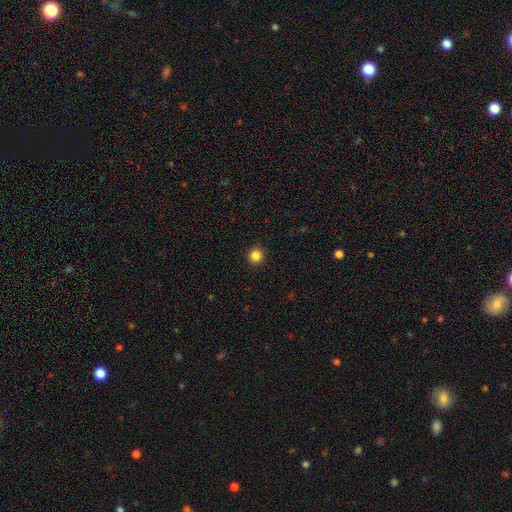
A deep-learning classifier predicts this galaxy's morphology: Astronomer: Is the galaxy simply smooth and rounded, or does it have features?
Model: smooth — 85%.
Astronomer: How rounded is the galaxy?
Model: round — 94%.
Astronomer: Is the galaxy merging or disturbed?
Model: none — 93%.